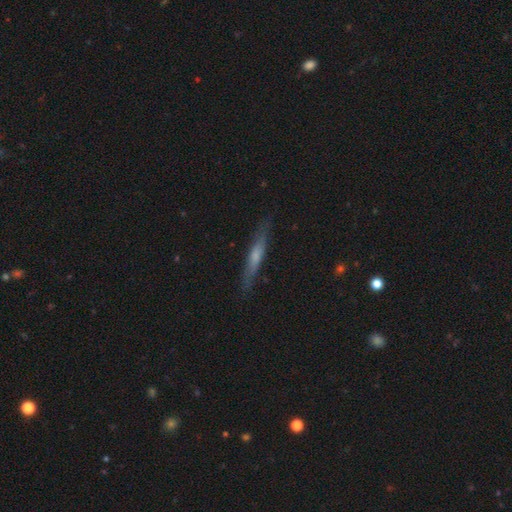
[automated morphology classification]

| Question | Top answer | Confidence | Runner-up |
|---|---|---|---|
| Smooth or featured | smooth | 47% | featured or disk (46%) |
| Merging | none | 84% | minor disturbance (12%) |